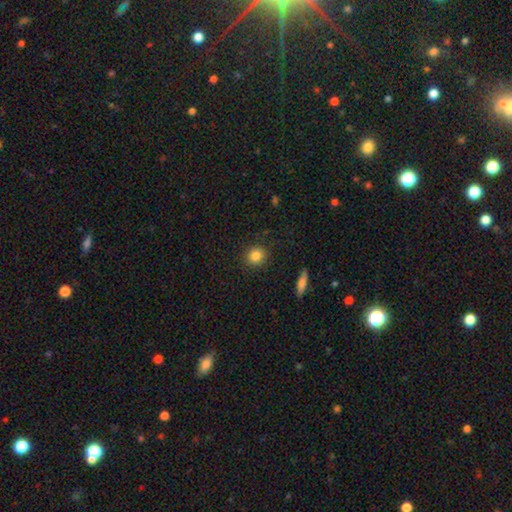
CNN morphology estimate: Smooth or featured? smooth (84%)
How rounded? round (88%)
Merging? none (89%)